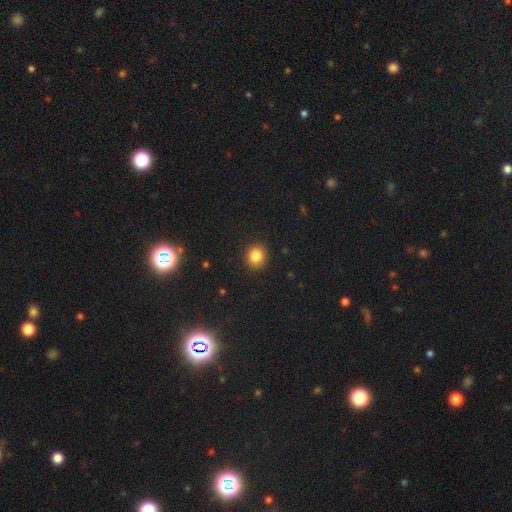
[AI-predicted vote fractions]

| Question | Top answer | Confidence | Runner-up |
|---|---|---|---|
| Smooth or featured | smooth | 84% | star or artifact (11%) |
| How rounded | round | 82% | in between (17%) |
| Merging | none | 90% | minor disturbance (7%) |